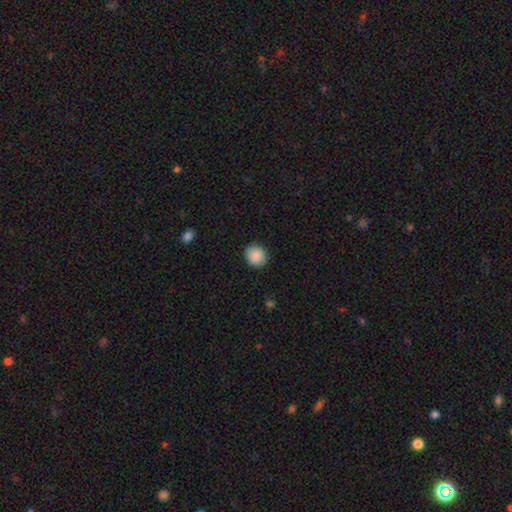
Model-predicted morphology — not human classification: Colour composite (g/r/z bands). It shows a smooth galaxy with no disk features (88%) that is round (84%). Merging: none (89%).